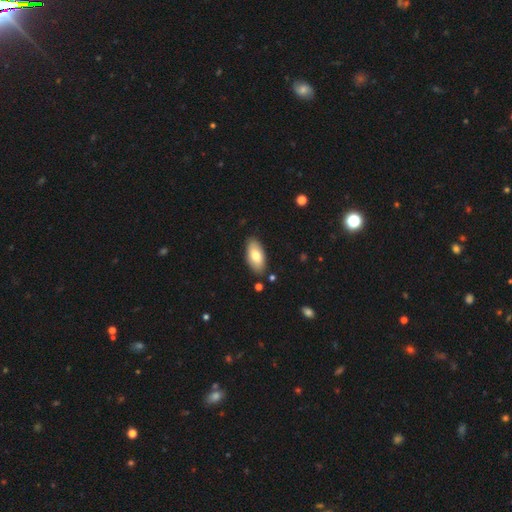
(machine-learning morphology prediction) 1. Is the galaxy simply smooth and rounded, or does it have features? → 75% smooth, 19% featured or disk, 6% star or artifact.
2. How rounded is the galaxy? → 92% in between, 6% cigar-shaped, 2% round.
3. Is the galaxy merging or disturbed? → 85% none, 11% minor disturbance, 2% merger, 2% major disturbance.